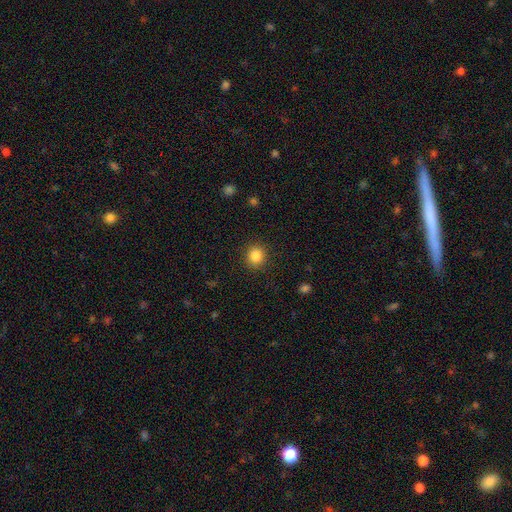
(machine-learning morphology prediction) Smooth or featured? Predicted: smooth (p=0.85). How rounded? Predicted: round (p=0.87). Merging? Predicted: none (p=0.89).